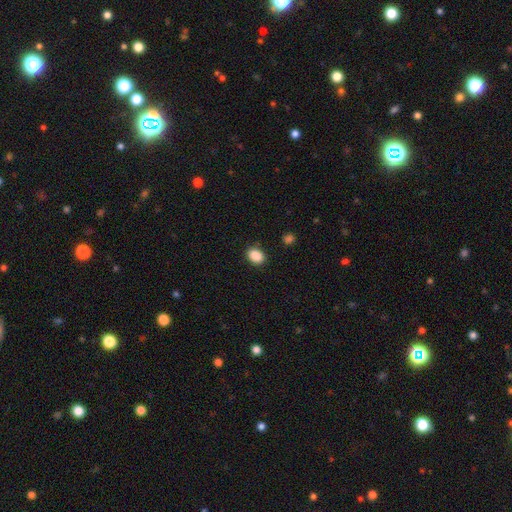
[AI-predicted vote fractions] smooth 89%, star or artifact 8%, featured or disk 3%. Down the decision tree: how rounded — in between (66%); merging — none (86%).